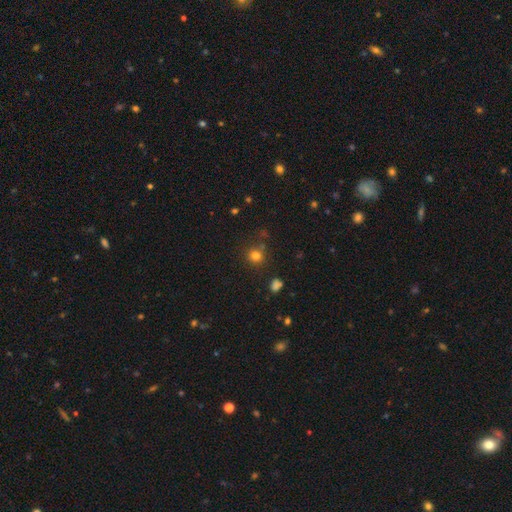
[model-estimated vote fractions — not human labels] Morphology: type=smooth (79%); roundness=round (90%); merging=none (80%).